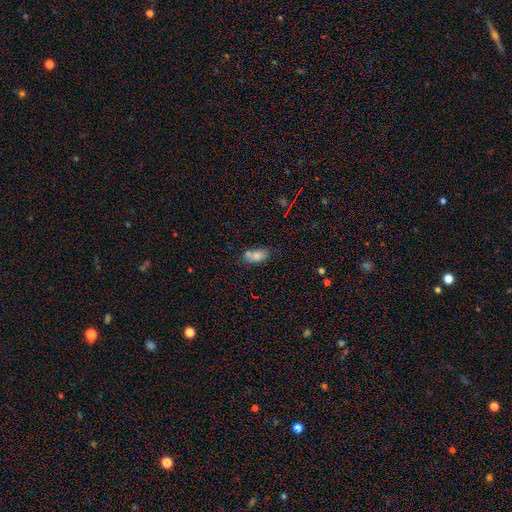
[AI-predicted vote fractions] A smooth galaxy with no disk features (77%) that is in between round and cigar-shaped (89%). Merging: none (58%).